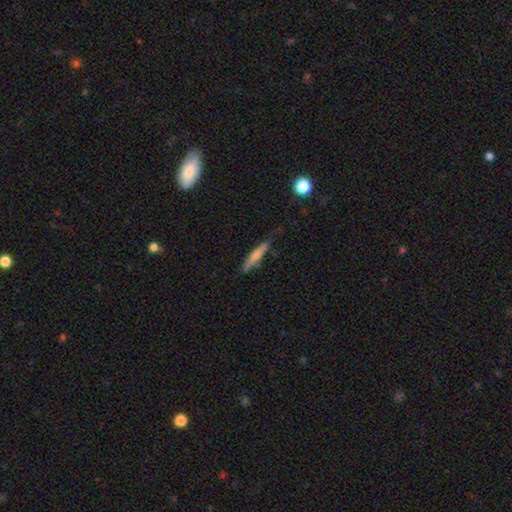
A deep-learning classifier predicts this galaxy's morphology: Q: Smooth or featured?
A: smooth (63%); runner-up: featured or disk (30%)
Q: How rounded?
A: cigar-shaped (91%); runner-up: in between (8%)
Q: Merging?
A: none (73%); runner-up: minor disturbance (21%)